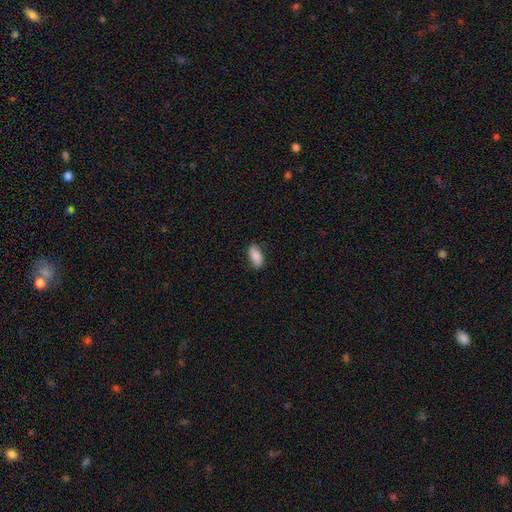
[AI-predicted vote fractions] Overall: smooth (84%). How rounded: in between (90%). Merging: none (83%).